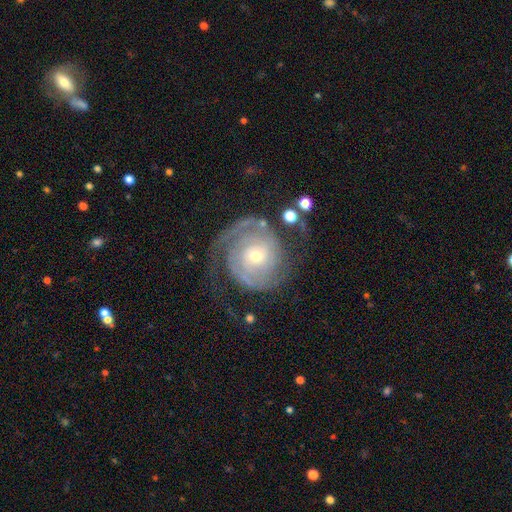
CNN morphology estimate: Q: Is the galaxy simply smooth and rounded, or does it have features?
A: featured or disk — 88%.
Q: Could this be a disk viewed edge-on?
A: no — 98%.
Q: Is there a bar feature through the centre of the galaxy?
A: no — 71%.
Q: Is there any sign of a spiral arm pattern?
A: yes — 97%.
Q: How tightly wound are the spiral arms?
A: tight — 65%.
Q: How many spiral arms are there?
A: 2 — 68%.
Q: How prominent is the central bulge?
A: small — 64%.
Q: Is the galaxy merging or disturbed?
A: none — 67%.